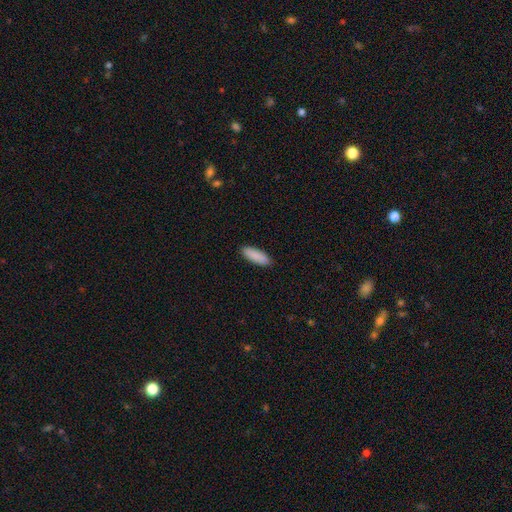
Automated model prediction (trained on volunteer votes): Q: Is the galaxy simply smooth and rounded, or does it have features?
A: smooth — 90%.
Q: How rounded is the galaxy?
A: in between — 63%.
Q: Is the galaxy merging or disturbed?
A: none — 90%.